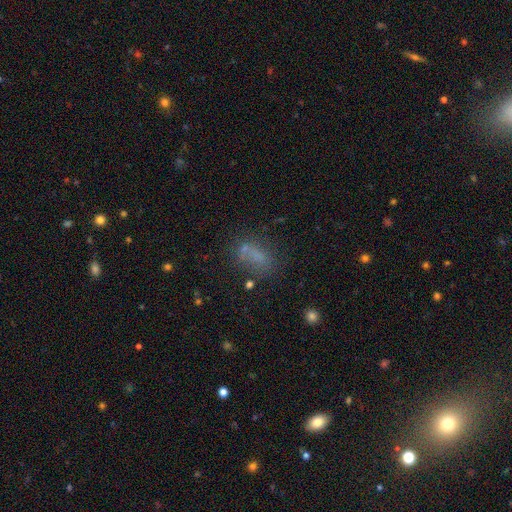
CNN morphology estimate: Smooth or featured? Predicted: smooth (p=0.65). How rounded? Predicted: in between (p=0.75). Merging? Predicted: none (p=0.53).